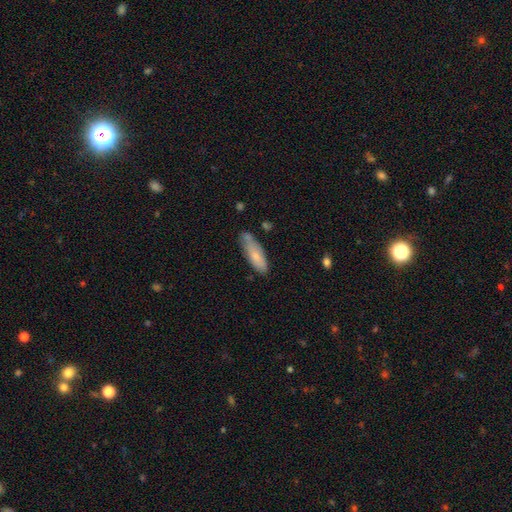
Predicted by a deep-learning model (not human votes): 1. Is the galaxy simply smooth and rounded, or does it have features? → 74% smooth, 20% featured or disk, 6% star or artifact.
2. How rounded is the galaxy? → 52% in between, 46% cigar-shaped, 2% round.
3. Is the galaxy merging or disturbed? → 63% none, 26% minor disturbance, 6% merger, 5% major disturbance.